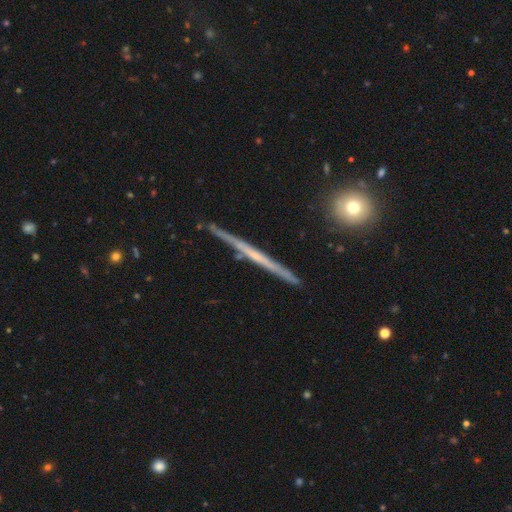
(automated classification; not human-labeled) Smooth or featured?
  - featured or disk: 72% *
  - smooth: 22%
  - star or artifact: 6%
Edge-on disk?
  - yes: 97% *
  - no: 3%
Edge-on bulge?
  - none: 78% *
  - rounded: 17%
  - boxy: 5%
Merging?
  - none: 87% *
  - minor disturbance: 10%
  - merger: 2%
  - major disturbance: 2%